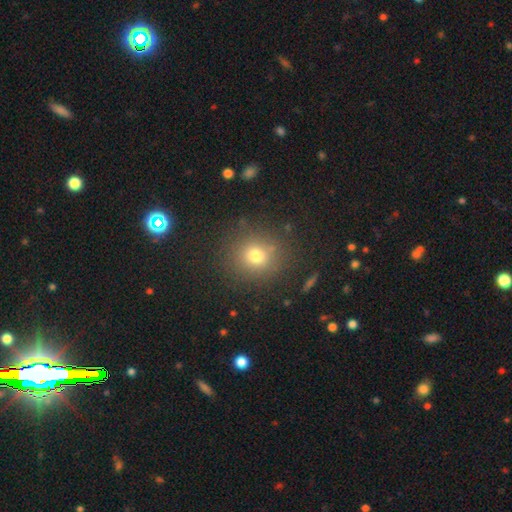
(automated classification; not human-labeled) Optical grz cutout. It shows a smooth galaxy with no disk features (74%) that is round (87%). Merging: none (85%).